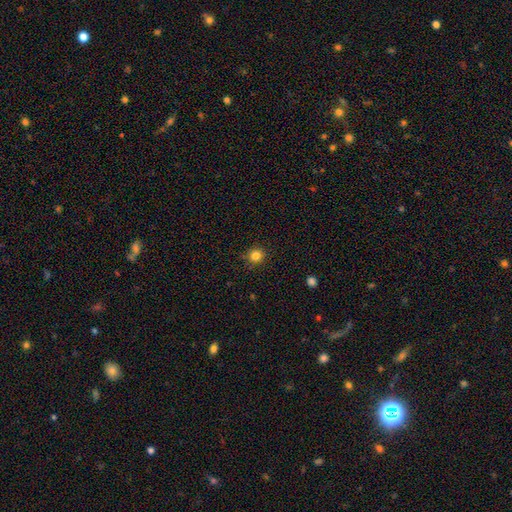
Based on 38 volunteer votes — Volunteers were most divided on "merging": none: 86%, major disturbance: 8%, minor disturbance: 6%, merger: 0%. More confident: how rounded — round (91%); smooth or featured — smooth (89%).